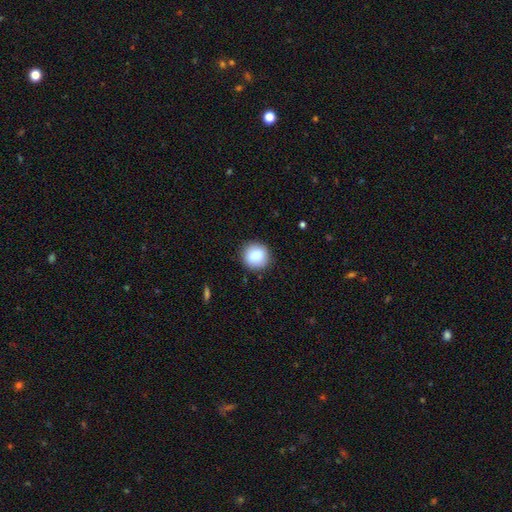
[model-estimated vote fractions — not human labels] smooth-or-featured: smooth: 86% | star or artifact: 8% | featured or disk: 6%
  how-rounded: round: 93% | in between: 6% | cigar-shaped: 1%
  merging: none: 91% | minor disturbance: 6% | major disturbance: 2% | merger: 1%